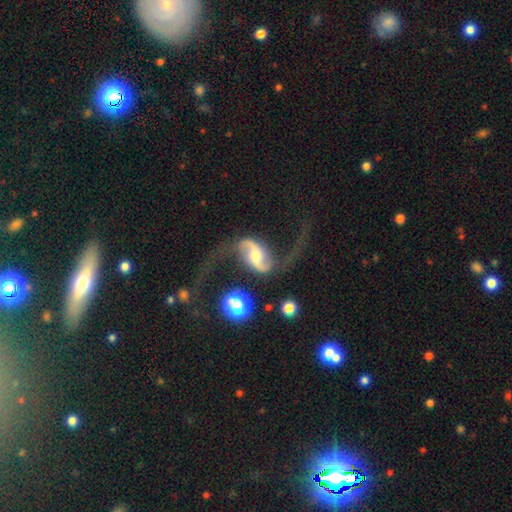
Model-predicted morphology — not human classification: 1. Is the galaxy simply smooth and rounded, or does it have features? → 89% featured or disk, 6% smooth, 5% star or artifact.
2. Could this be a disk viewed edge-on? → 96% no, 4% yes.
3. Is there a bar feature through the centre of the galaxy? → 36% weak, 34% no, 30% strong.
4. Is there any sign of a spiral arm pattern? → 96% yes, 4% no.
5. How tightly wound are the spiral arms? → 84% loose, 12% medium, 4% tight.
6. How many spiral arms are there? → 94% 2, 2% 1, 2% can't tell, 1% 3, 1% 4, 1% more than 4.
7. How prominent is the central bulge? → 60% moderate, 25% small, 10% large, 3% none, 2% dominant.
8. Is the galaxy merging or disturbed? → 54% none, 26% major disturbance, 14% minor disturbance, 5% merger.